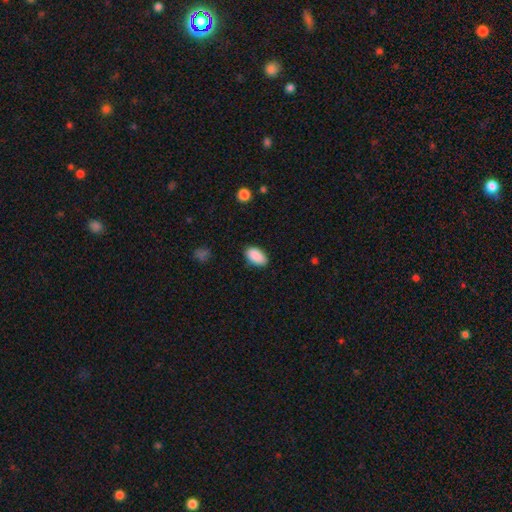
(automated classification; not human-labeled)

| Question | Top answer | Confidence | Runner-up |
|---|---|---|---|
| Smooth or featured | smooth | 90% | star or artifact (7%) |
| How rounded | in between | 94% | round (4%) |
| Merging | none | 85% | minor disturbance (11%) |